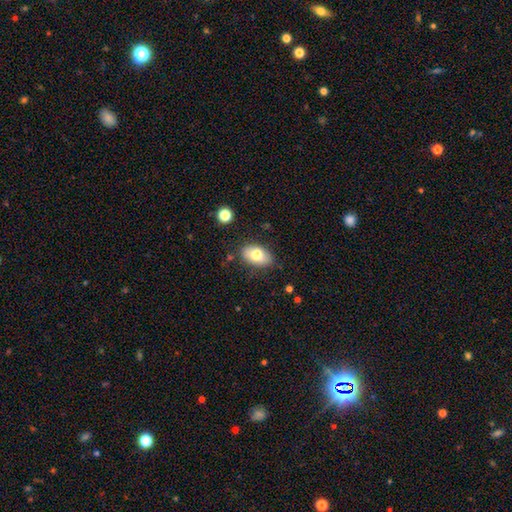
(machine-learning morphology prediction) The model was most divided on "smooth or featured": smooth: 73%, featured or disk: 18%, star or artifact: 8%. More confident: how rounded — in between (89%); merging — none (77%).